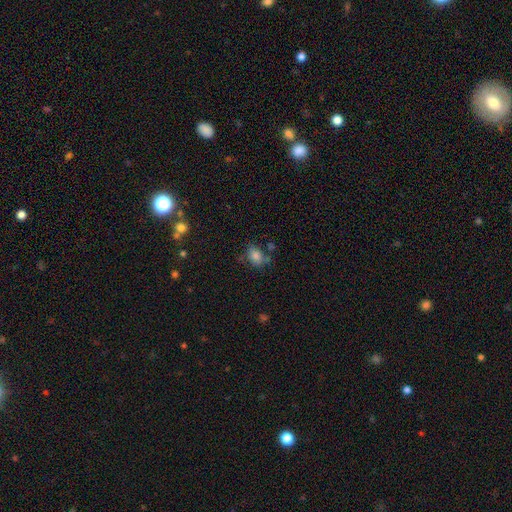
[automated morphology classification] Smooth or featured: smooth — 79% (star or artifact — 12%)
How rounded: in between — 71% (round — 27%)
Merging: none — 61% (minor disturbance — 21%)